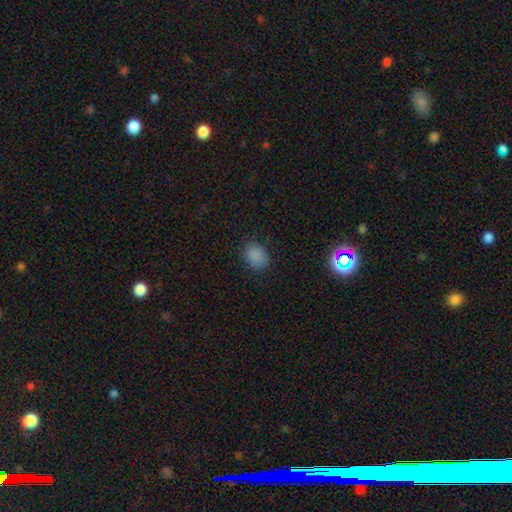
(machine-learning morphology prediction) Smooth or featured? Predicted: smooth (p=0.84). How rounded? Predicted: round (p=0.51). Merging? Predicted: none (p=0.83).